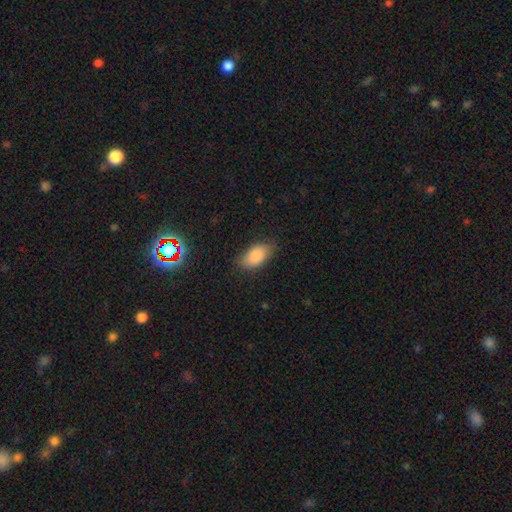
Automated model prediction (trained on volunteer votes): smooth_or_featured: smooth (p=0.85) [alt: star or artifact p=0.08]
how_rounded: in between (p=0.92) [alt: round p=0.05]
merging: none (p=0.81) [alt: minor disturbance p=0.14]